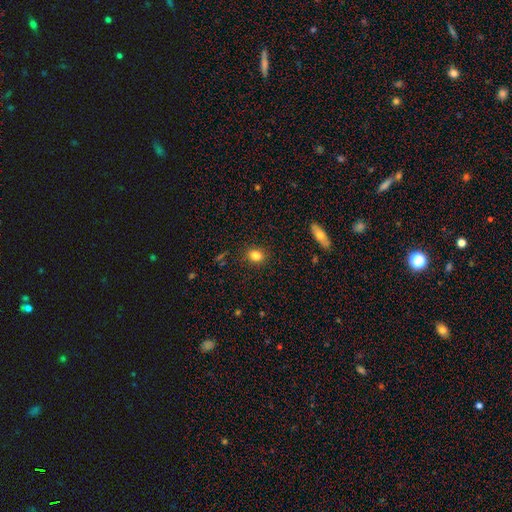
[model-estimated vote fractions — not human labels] Overall: smooth (82%). How rounded: round (57%; in between 41%). Merging: none (88%).